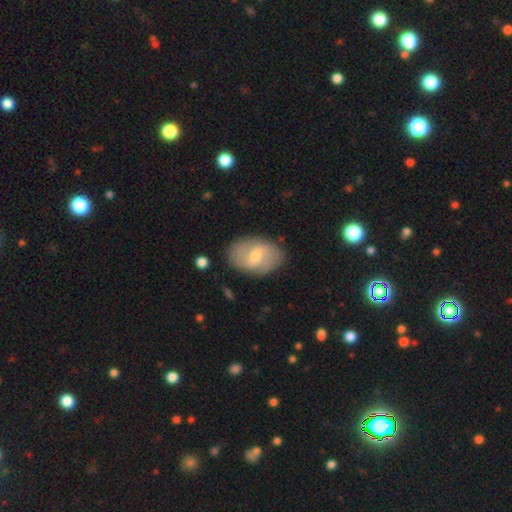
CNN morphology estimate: The model was most divided on "bulge size": moderate: 51%, small: 44%, large: 2%, none: 2%, dominant: 1%. More confident: edge-on disk — no (95%); merging — none (83%); spiral arms — yes (76%); smooth or featured — featured or disk (60%); bar — weak (58%).